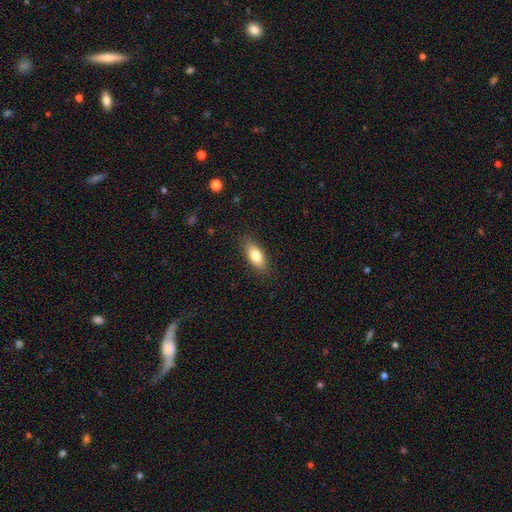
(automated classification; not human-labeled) Smooth or featured: smooth — 80% (featured or disk — 13%)
How rounded: in between — 81% (cigar-shaped — 16%)
Merging: none — 85% (minor disturbance — 11%)